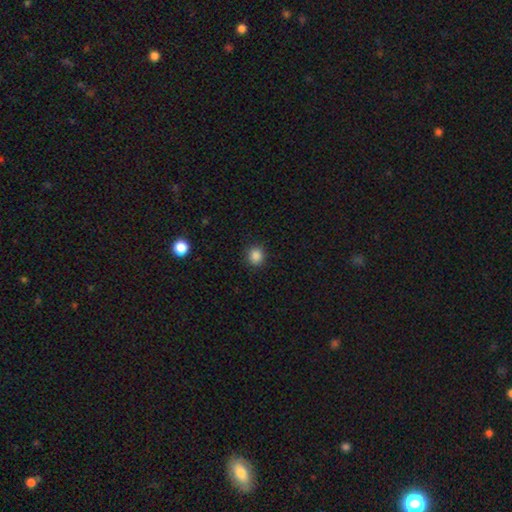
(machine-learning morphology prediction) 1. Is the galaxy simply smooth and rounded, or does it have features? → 86% smooth, 11% star or artifact, 3% featured or disk.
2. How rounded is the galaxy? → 87% round, 12% in between, 1% cigar-shaped.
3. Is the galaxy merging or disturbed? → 90% none, 7% minor disturbance, 2% major disturbance, 1% merger.